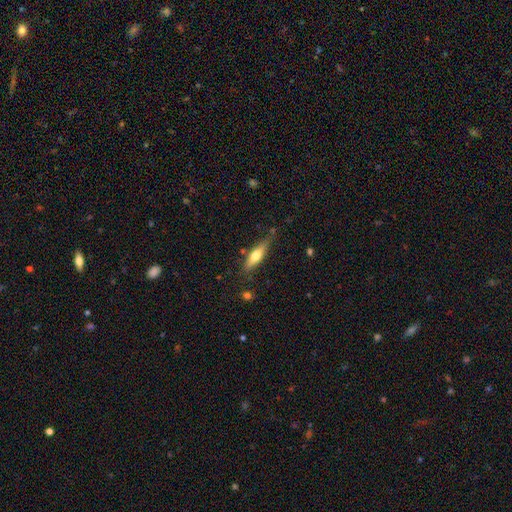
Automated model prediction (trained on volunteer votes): This appears to be a smooth galaxy with no disk features (58%) that is cigar-shaped (64%). Merging: none (75%).